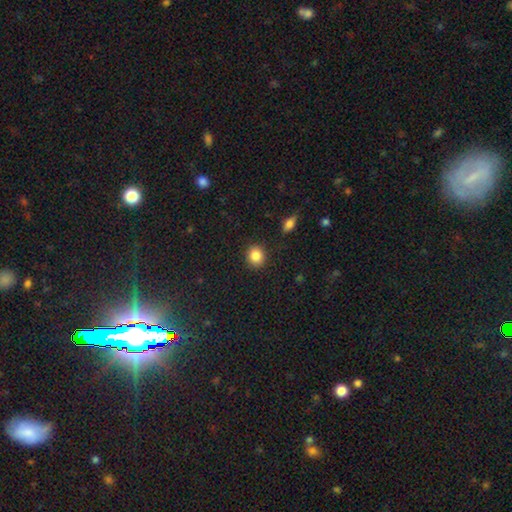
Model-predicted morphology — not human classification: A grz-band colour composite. It shows a smooth galaxy with no disk features (86%) that is round (79%). Merging: none (89%).